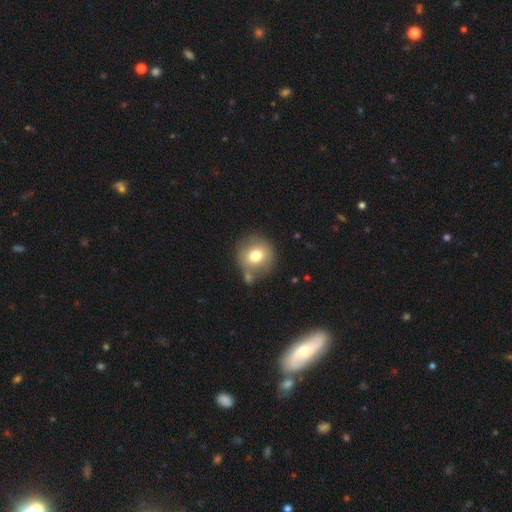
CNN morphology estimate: Smooth or featured? Predicted: smooth (p=0.75). How rounded? Predicted: round (p=0.90). Merging? Predicted: none (p=0.69).